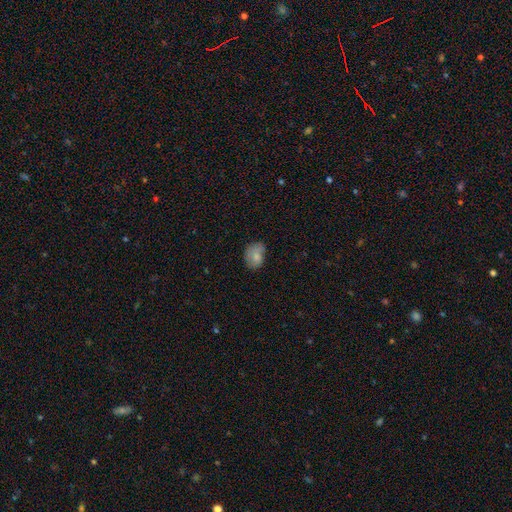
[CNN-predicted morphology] Smooth or featured: smooth — 77% (featured or disk — 15%)
How rounded: in between — 67% (round — 32%)
Merging: none — 55% (minor disturbance — 32%)